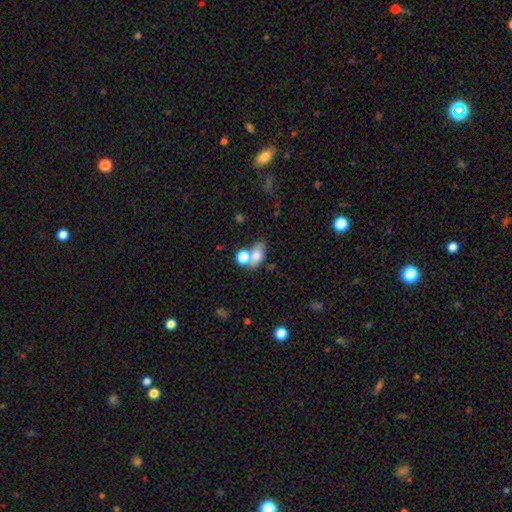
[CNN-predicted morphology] smooth 70%, featured or disk 18%, star or artifact 12%. Down the decision tree: how rounded — in between (72%); merging — merger (44%).